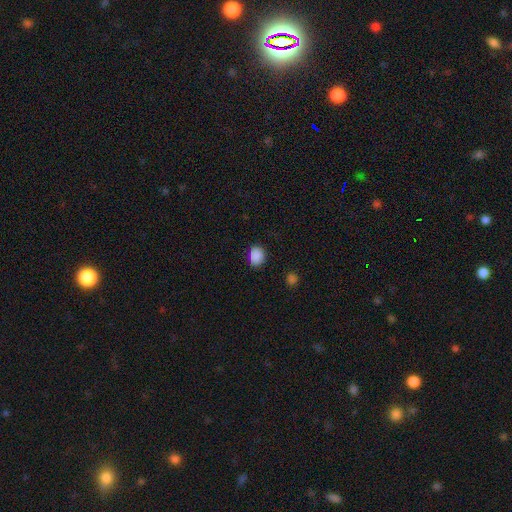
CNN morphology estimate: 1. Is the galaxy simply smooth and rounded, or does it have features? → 87% smooth, 10% star or artifact, 3% featured or disk.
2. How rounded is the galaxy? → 53% in between, 46% round, 1% cigar-shaped.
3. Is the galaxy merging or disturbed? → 80% none, 15% minor disturbance, 3% major disturbance, 2% merger.